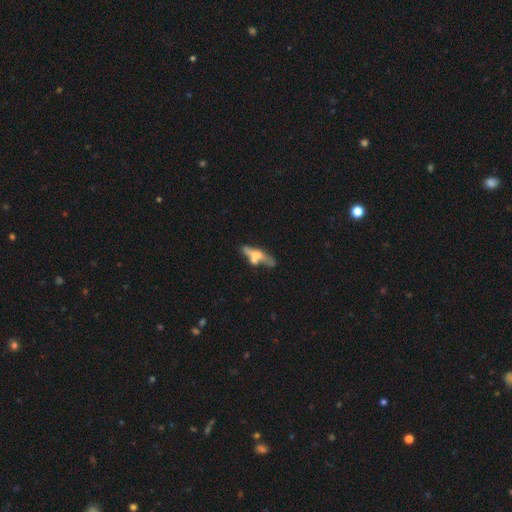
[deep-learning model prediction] Smooth or featured? Predicted: featured or disk (p=0.55). Edge-on disk? Predicted: yes (p=0.74). Merging? Predicted: none (p=0.45).